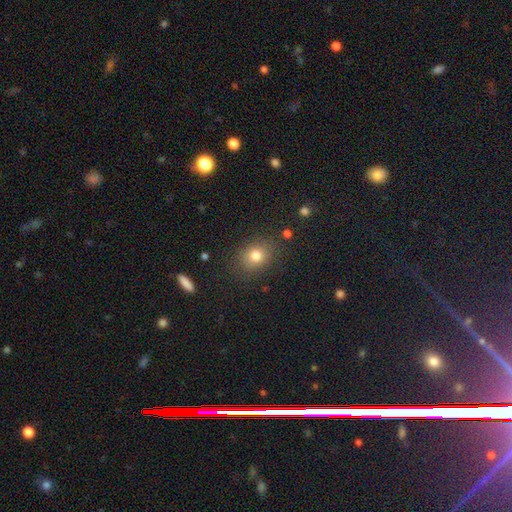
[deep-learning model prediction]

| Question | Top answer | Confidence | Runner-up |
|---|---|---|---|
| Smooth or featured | smooth | 79% | star or artifact (13%) |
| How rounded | round | 56% | in between (43%) |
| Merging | none | 83% | minor disturbance (11%) |